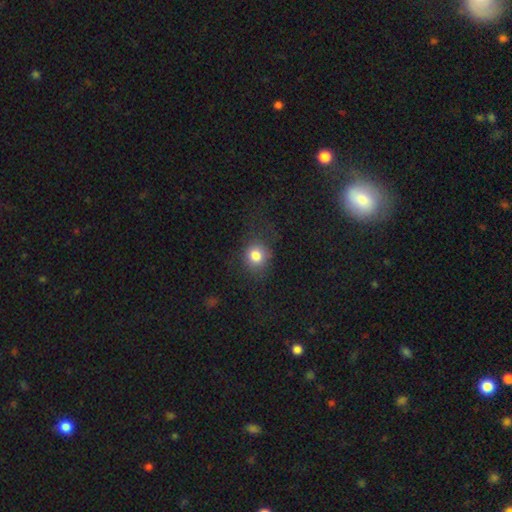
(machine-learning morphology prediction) A smooth galaxy with no disk features (82%) that is round (79%). Merging: none (75%).